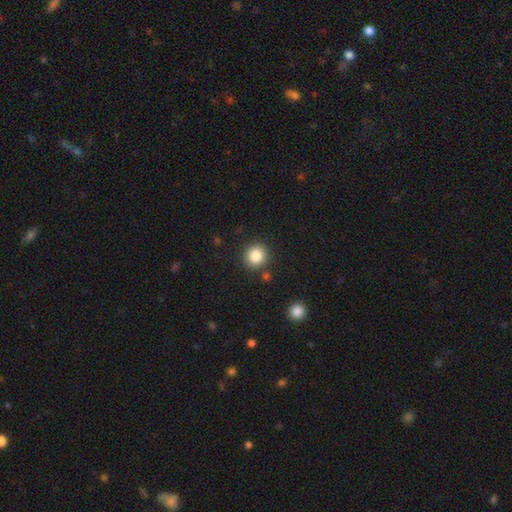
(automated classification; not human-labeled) Q: Smooth or featured?
A: smooth (85%); runner-up: star or artifact (10%)
Q: How rounded?
A: round (91%); runner-up: in between (8%)
Q: Merging?
A: none (87%); runner-up: minor disturbance (7%)